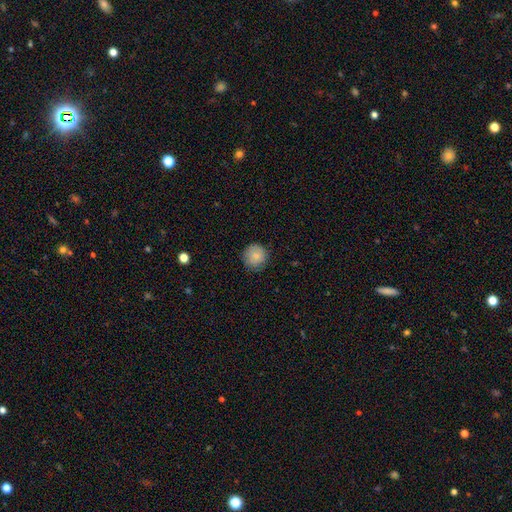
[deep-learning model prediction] smooth-or-featured: smooth: 84% | featured or disk: 8% | star or artifact: 8%
  how-rounded: round: 93% | in between: 6% | cigar-shaped: 1%
  merging: none: 83% | minor disturbance: 13% | major disturbance: 3% | merger: 1%